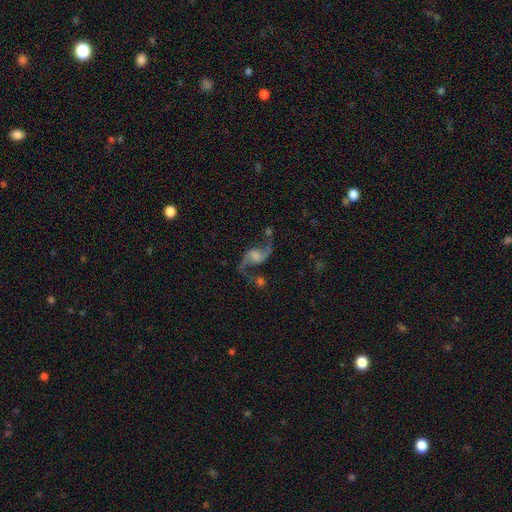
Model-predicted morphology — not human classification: Smooth or featured? featured or disk (88%)
Edge-on disk? no (97%)
Bar? no (45%)
Spiral arms? yes (97%)
Spiral winding? loose (84%)
Spiral arm count? 2 (94%)
Bulge size? none (34%)
Merging? none (64%)